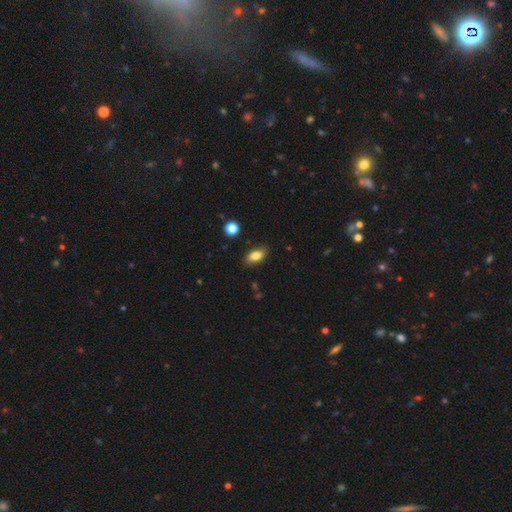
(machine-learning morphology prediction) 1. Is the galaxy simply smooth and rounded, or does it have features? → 84% smooth, 8% star or artifact, 8% featured or disk.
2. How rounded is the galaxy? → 89% in between, 6% round, 5% cigar-shaped.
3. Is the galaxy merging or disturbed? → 85% none, 11% minor disturbance, 2% major disturbance, 2% merger.